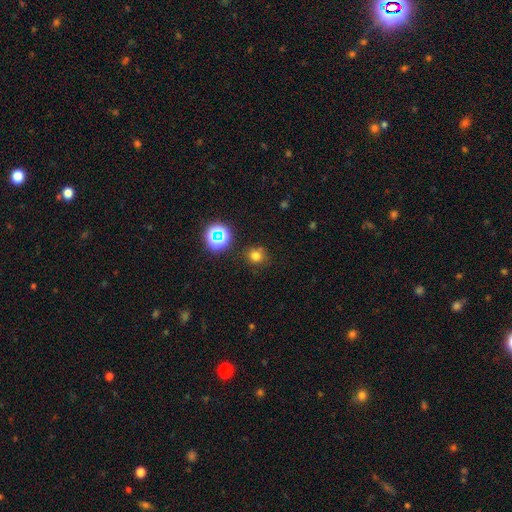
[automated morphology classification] The model was most divided on "smooth or featured": smooth: 72%, star or artifact: 22%, featured or disk: 6%. More confident: how rounded — round (87%); merging — none (83%).